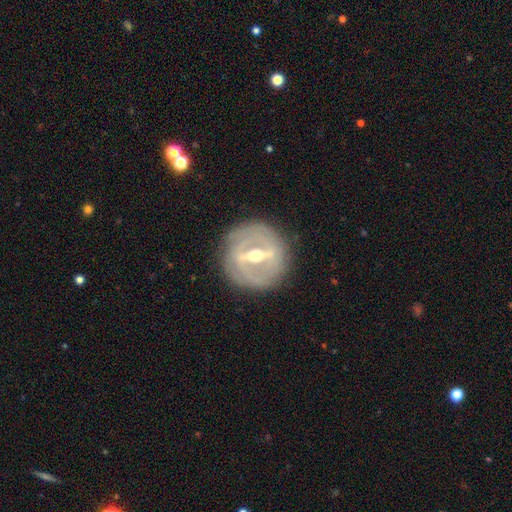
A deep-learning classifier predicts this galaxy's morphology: smooth_or_featured: featured or disk (p=0.86) [alt: smooth p=0.09]
disk_edge_on: no (p=0.84) [alt: yes p=0.16]
bar: strong (p=0.77) [alt: weak p=0.18]
has_spiral_arms: yes (p=0.63) [alt: no p=0.37]
bulge_size: moderate (p=0.66) [alt: small p=0.29]
merging: none (p=0.85) [alt: minor disturbance p=0.10]